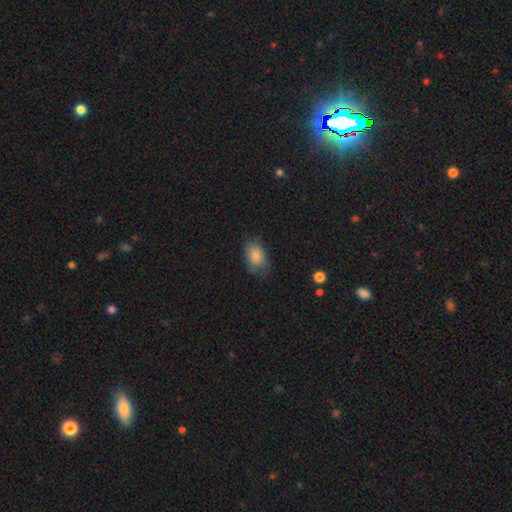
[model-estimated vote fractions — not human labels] Smooth or featured? Predicted: smooth (p=0.84). How rounded? Predicted: in between (p=0.84). Merging? Predicted: none (p=0.64).